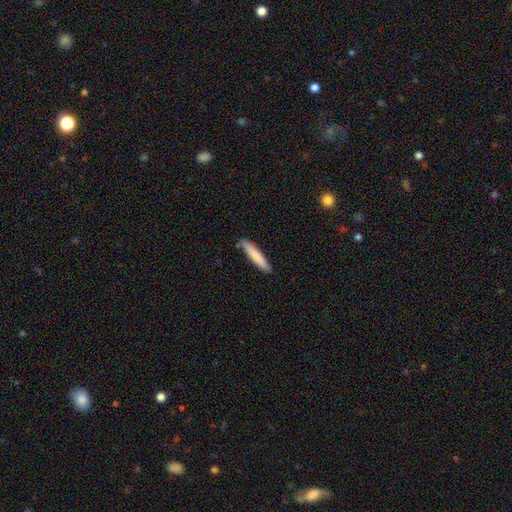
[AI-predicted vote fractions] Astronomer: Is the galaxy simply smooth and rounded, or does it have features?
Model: smooth — 79%.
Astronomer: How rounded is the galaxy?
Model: cigar-shaped — 91%.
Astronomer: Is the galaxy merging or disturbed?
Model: none — 87%.